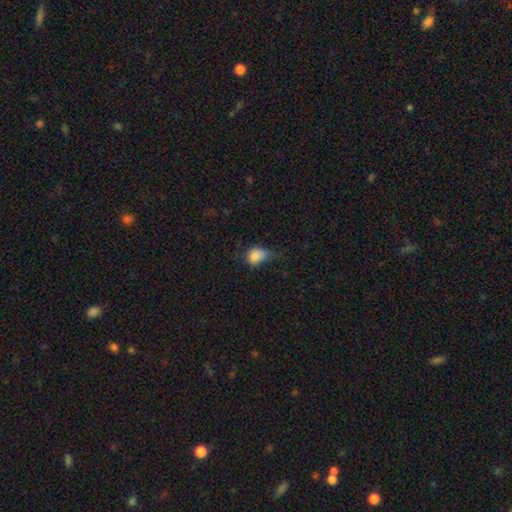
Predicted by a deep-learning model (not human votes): A smooth galaxy with no disk features (82%) that is in between round and cigar-shaped (60%). Merging: minor disturbance (41%).